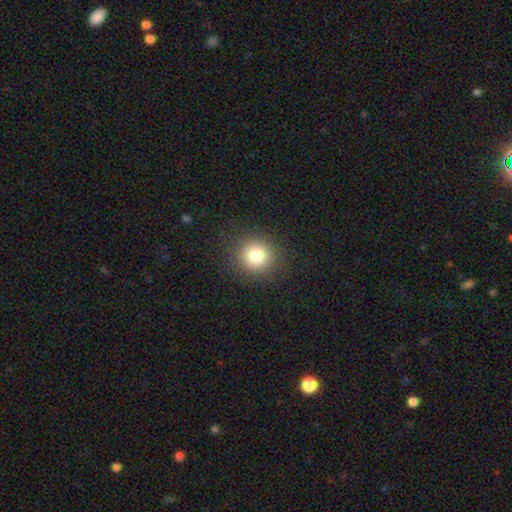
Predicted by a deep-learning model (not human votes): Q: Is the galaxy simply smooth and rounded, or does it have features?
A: smooth — 81%.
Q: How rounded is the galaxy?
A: round — 89%.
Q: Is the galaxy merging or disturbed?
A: none — 88%.